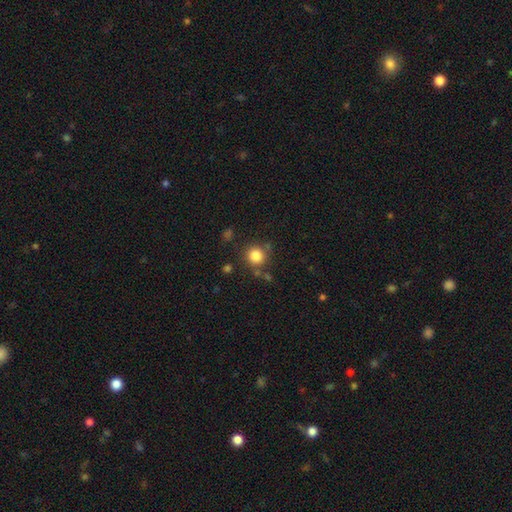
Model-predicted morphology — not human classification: A smooth galaxy with no disk features (83%) that is round (93%).

Vote fractions:
- Smooth or featured? smooth: 83% / star or artifact: 11% / featured or disk: 6%
- How rounded? round: 93% / in between: 6% / cigar-shaped: 1%
- Merging? none: 79% / minor disturbance: 10% / merger: 7% / major disturbance: 4%